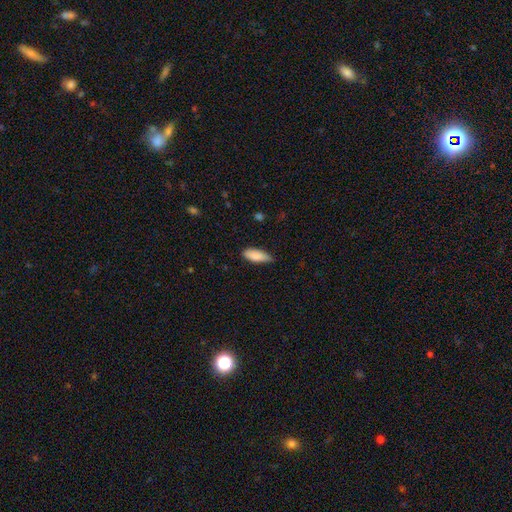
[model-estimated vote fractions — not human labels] Morphology: type=smooth (86%); roundness=in between (71%); merging=none (60%).